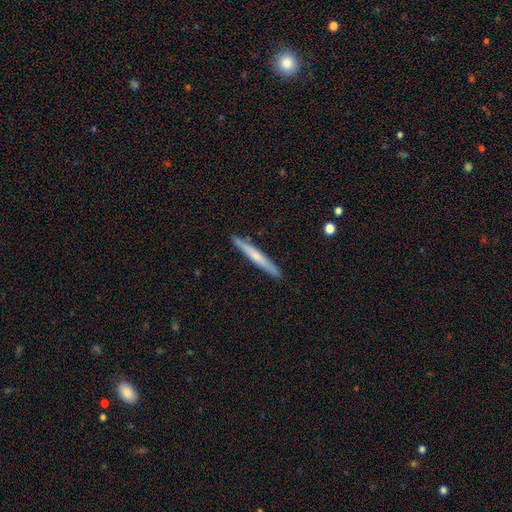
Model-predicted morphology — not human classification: Smooth or featured? smooth (49%)
Merging? none (90%)